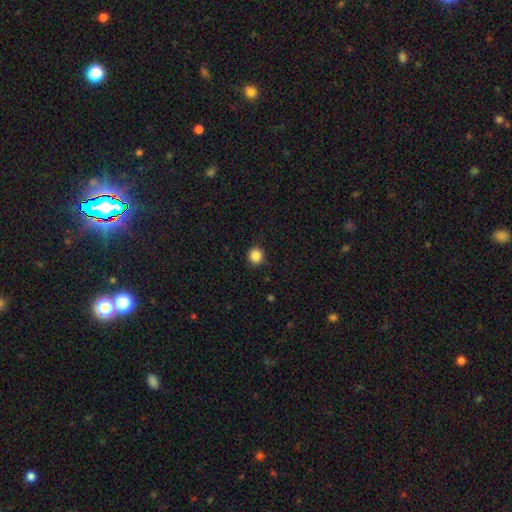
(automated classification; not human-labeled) Smooth or featured: smooth — 86% (star or artifact — 10%)
How rounded: round — 92% (in between — 7%)
Merging: none — 91% (minor disturbance — 7%)